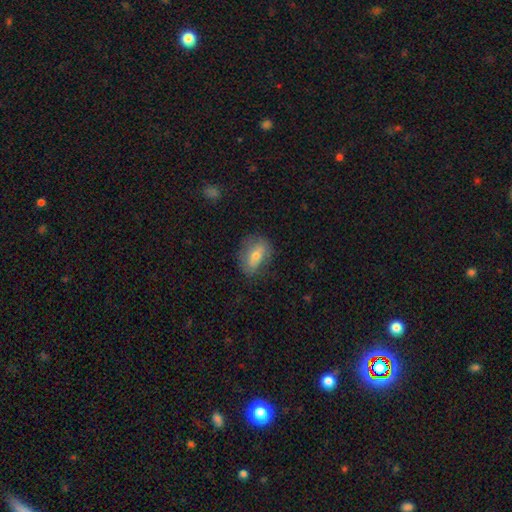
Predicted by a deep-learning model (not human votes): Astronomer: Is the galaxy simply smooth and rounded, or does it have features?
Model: smooth — 62%.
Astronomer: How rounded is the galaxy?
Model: in between — 81%.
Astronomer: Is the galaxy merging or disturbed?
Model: none — 71%.